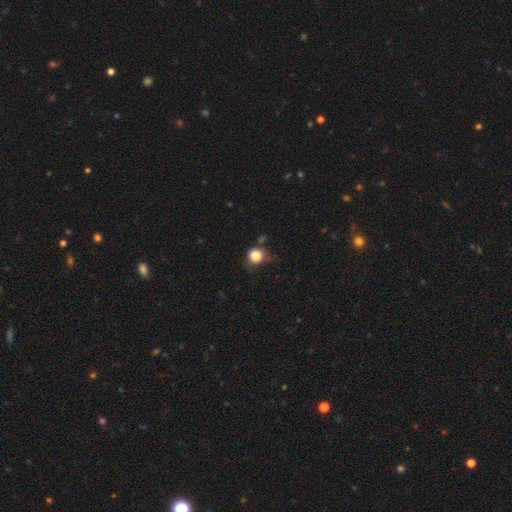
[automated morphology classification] smooth-or-featured: smooth: 84% | star or artifact: 11% | featured or disk: 5%
  how-rounded: round: 82% | in between: 17% | cigar-shaped: 1%
  merging: none: 54% | minor disturbance: 29% | major disturbance: 12% | merger: 5%